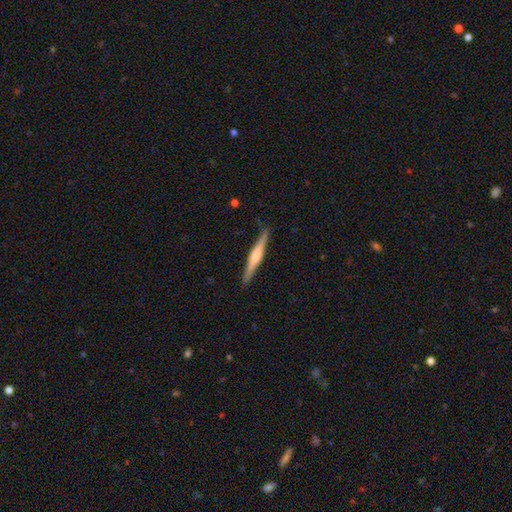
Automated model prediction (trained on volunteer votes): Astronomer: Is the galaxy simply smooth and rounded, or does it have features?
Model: featured or disk — 64%.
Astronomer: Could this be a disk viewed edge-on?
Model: yes — 98%.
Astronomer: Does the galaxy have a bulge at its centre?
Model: rounded — 61%.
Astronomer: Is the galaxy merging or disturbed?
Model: none — 89%.